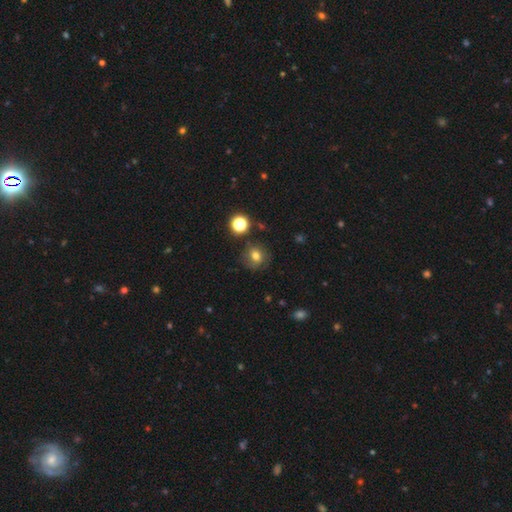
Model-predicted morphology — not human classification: Smooth or featured? smooth (72%)
How rounded? round (76%)
Merging? none (77%)